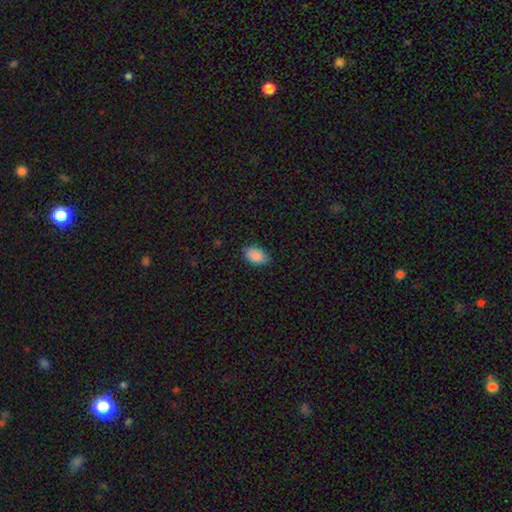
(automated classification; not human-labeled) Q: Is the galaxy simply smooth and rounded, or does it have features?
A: smooth — 89%.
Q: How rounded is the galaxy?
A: in between — 90%.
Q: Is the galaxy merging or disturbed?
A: none — 82%.